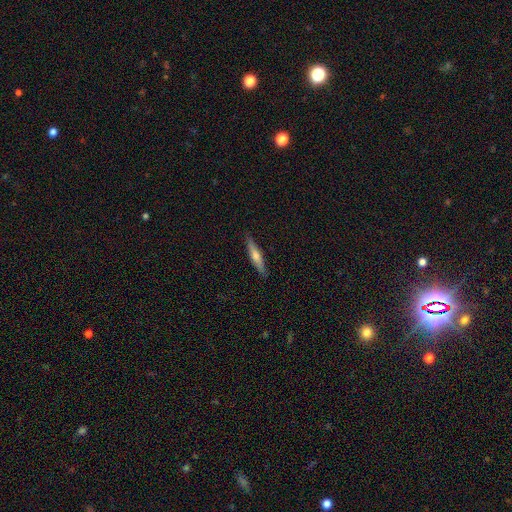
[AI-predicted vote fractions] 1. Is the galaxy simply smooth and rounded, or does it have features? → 50% featured or disk, 44% smooth, 6% star or artifact.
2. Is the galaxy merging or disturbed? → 90% none, 8% minor disturbance, 2% major disturbance, 1% merger.